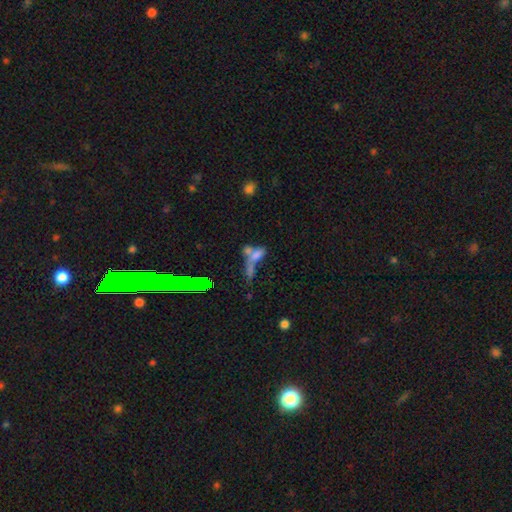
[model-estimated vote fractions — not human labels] Q: Smooth or featured?
A: smooth (54%); runner-up: featured or disk (28%)
Q: How rounded?
A: in between (60%); runner-up: cigar-shaped (31%)
Q: Merging?
A: merger (59%); runner-up: none (19%)